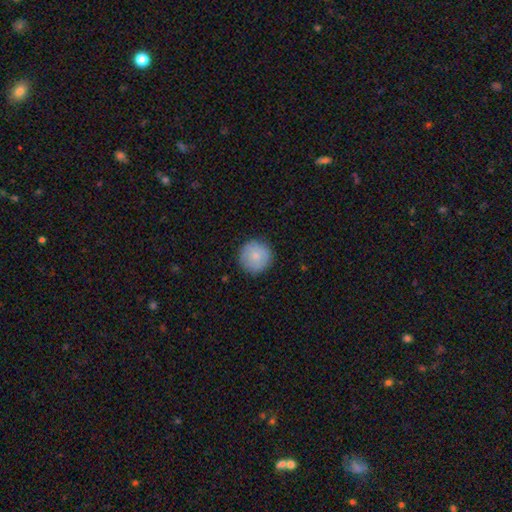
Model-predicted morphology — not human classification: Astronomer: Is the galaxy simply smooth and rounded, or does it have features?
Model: smooth — 81%.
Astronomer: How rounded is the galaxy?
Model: round — 96%.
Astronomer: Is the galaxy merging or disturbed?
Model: none — 87%.